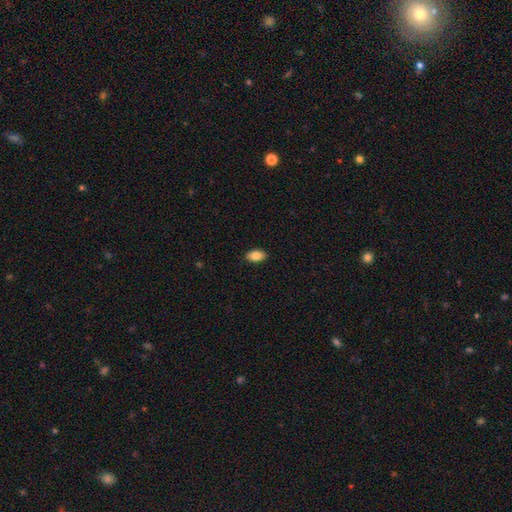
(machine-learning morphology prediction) This appears to be a smooth galaxy with no disk features (86%) that is in between round and cigar-shaped (93%). Merging: none (89%).